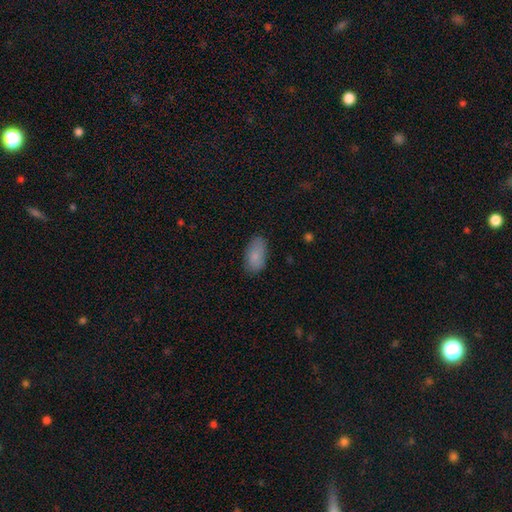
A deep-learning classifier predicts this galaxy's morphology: Smooth or featured? Predicted: smooth (p=0.85). How rounded? Predicted: in between (p=0.93). Merging? Predicted: none (p=0.79).